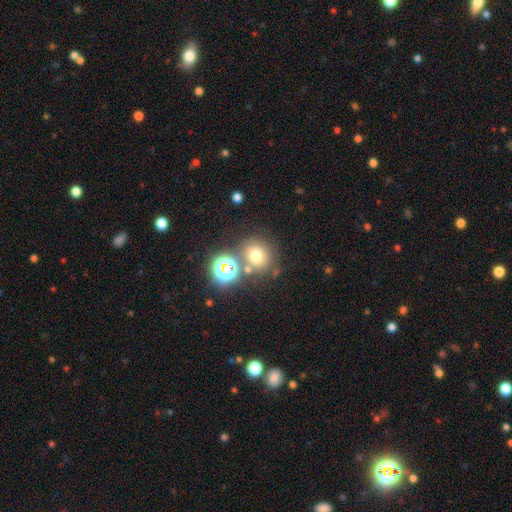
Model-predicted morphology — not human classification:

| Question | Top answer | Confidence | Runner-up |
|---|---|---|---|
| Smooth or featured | smooth | 60% | star or artifact (30%) |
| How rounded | round | 82% | in between (17%) |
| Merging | none | 68% | merger (18%) |